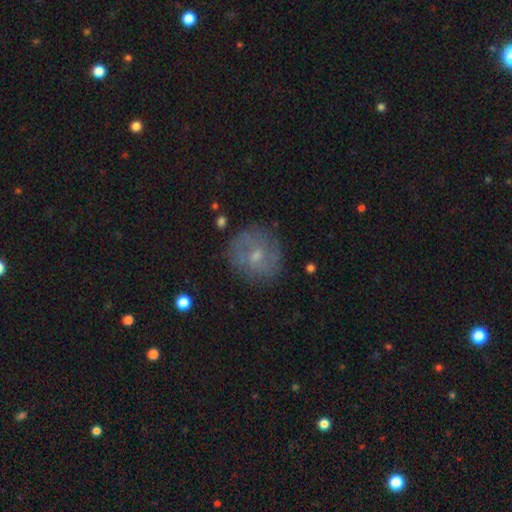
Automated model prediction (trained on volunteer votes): smooth_or_featured: featured or disk (p=0.47) [alt: smooth p=0.42]
merging: none (p=0.77) [alt: minor disturbance p=0.16]